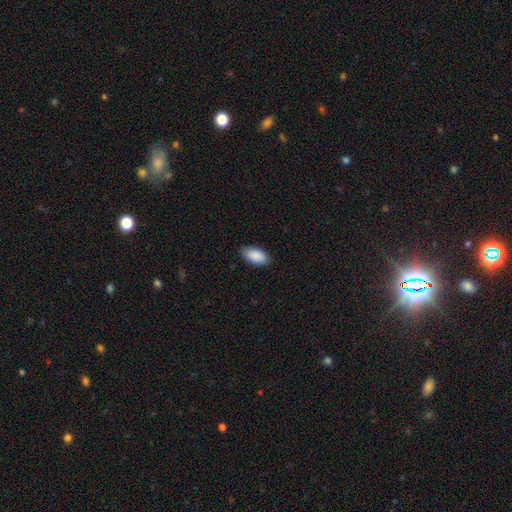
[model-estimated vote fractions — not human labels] A smooth galaxy with no disk features (90%) that is in between round and cigar-shaped (95%).

Vote fractions:
- Smooth or featured? smooth: 90% / star or artifact: 6% / featured or disk: 5%
- How rounded? in between: 95% / cigar-shaped: 3% / round: 2%
- Merging? none: 87% / minor disturbance: 10% / major disturbance: 2% / merger: 1%